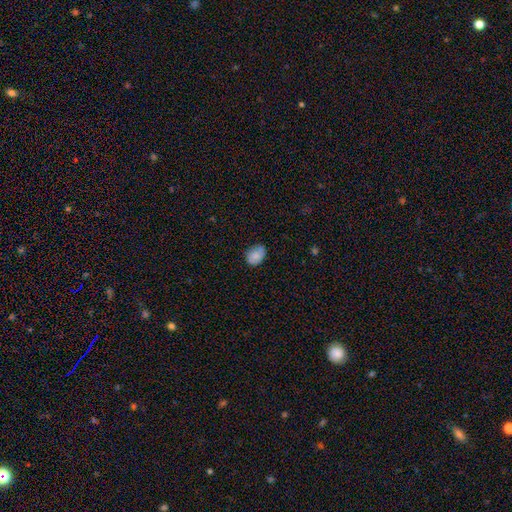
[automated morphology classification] Overall: smooth (83%). How rounded: in between (73%). Merging: none (72%).